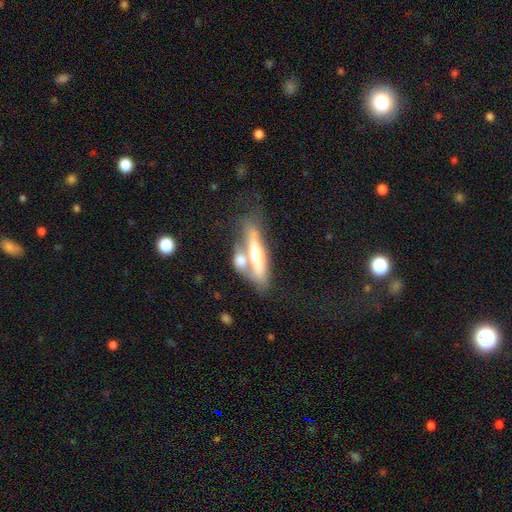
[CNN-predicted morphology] Smooth or featured?
  - featured or disk: 50% *
  - smooth: 43%
  - star or artifact: 7%
Edge-on disk?
  - yes: 74% *
  - no: 26%
Merging?
  - merger: 46% *
  - none: 32%
  - minor disturbance: 13%
  - major disturbance: 9%